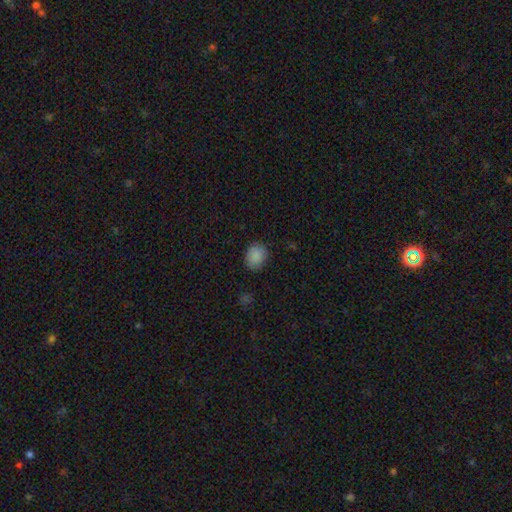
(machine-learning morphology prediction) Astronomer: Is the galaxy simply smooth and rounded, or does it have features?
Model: smooth — 87%.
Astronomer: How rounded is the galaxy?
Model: round — 62% (runner-up: in between, 37%).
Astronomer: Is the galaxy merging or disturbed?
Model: none — 83%.